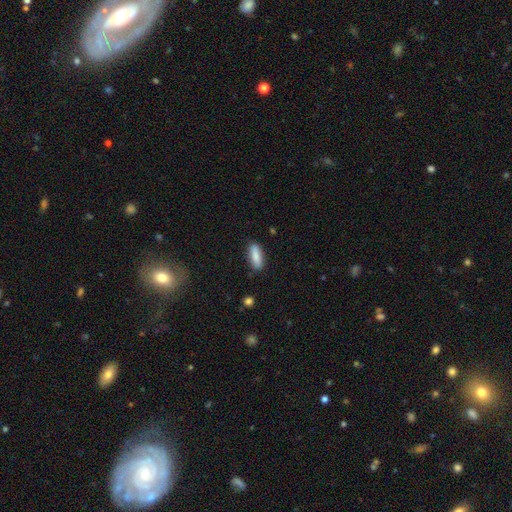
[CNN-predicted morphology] type=smooth (84%); roundness=in between (62%); merging=none (85%).